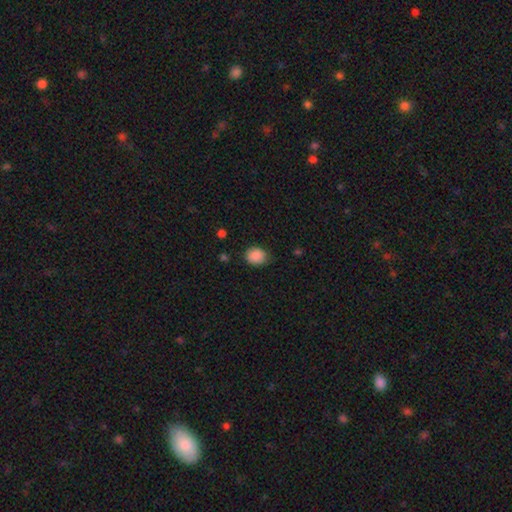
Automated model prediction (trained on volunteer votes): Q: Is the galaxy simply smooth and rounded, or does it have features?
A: smooth — 88%.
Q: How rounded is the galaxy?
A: round — 60%.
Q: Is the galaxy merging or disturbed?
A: none — 79%.